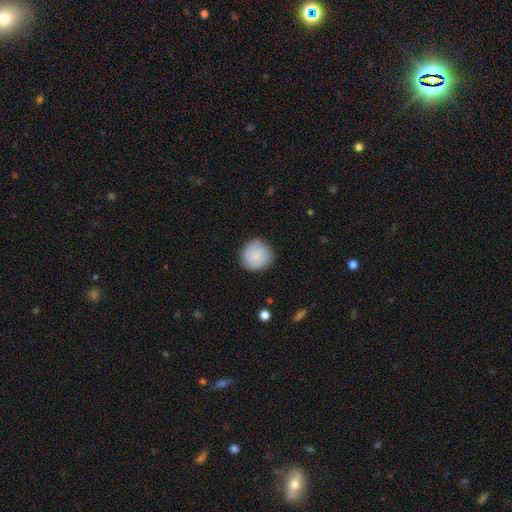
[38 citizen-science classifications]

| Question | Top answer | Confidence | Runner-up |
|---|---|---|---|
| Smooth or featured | smooth | 79% | featured or disk (13%) |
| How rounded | round | 90% | in between (10%) |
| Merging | none | 83% | minor disturbance (9%) |